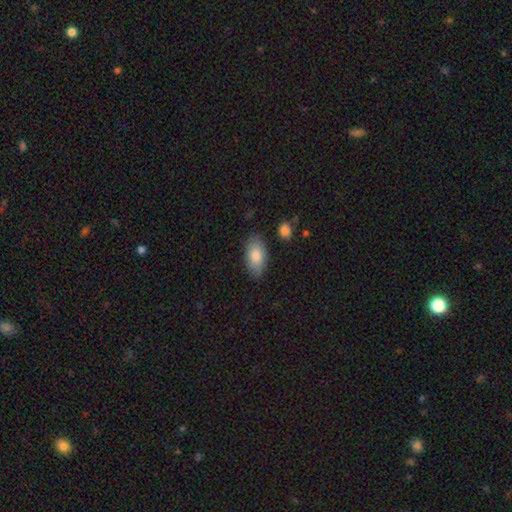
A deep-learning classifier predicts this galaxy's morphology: This appears to be a smooth galaxy with no disk features (82%) that is in between round and cigar-shaped (92%). Merging: none (81%).